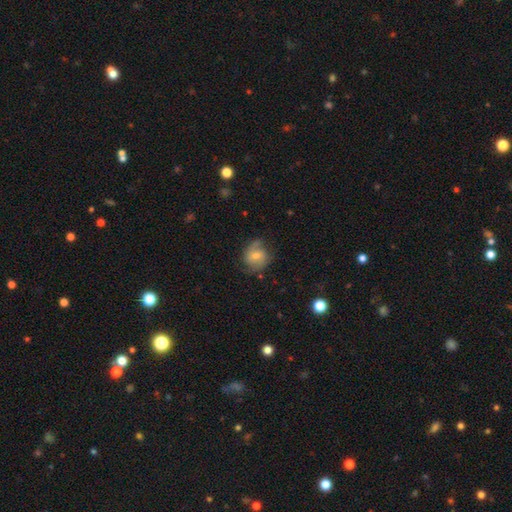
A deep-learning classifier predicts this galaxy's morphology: Smooth or featured?
  - featured or disk: 47% *
  - smooth: 43%
  - star or artifact: 10%
Merging?
  - none: 65% *
  - minor disturbance: 24%
  - major disturbance: 9%
  - merger: 2%